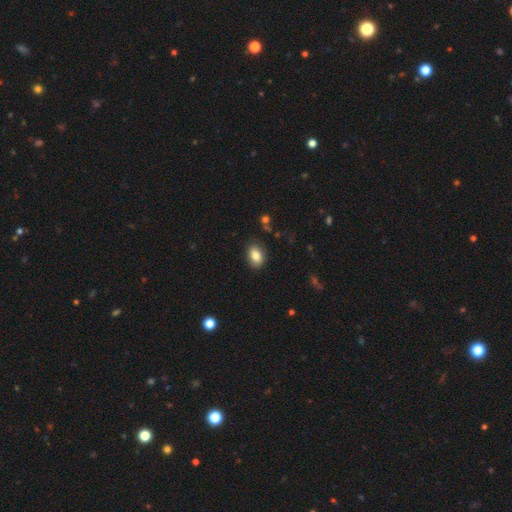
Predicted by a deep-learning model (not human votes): Q: Smooth or featured?
A: smooth (82%); runner-up: featured or disk (9%)
Q: How rounded?
A: in between (81%); runner-up: round (18%)
Q: Merging?
A: none (86%); runner-up: minor disturbance (10%)